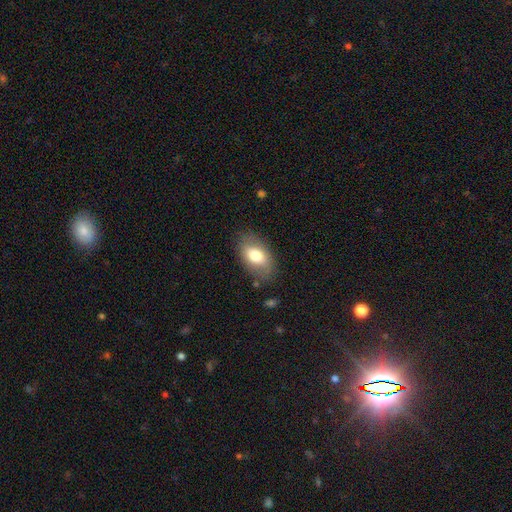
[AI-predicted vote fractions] Q: Smooth or featured?
A: smooth (73%); runner-up: featured or disk (20%)
Q: How rounded?
A: in between (91%); runner-up: round (7%)
Q: Merging?
A: none (78%); runner-up: minor disturbance (15%)